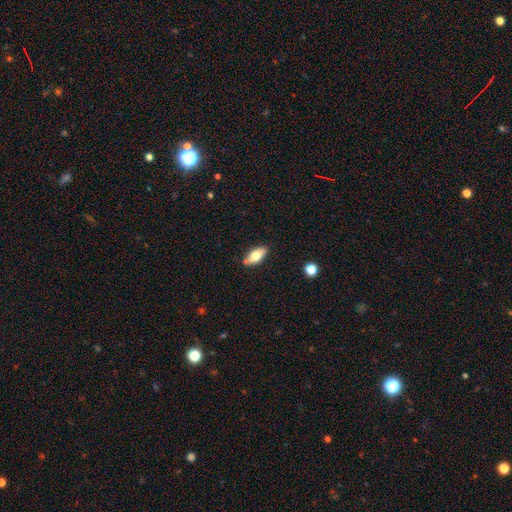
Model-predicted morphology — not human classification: A smooth galaxy with no disk features (68%) that is in between round and cigar-shaped (83%).

Vote fractions:
- Smooth or featured? smooth: 68% / featured or disk: 25% / star or artifact: 7%
- How rounded? in between: 83% / cigar-shaped: 14% / round: 3%
- Merging? none: 83% / minor disturbance: 12% / merger: 3% / major disturbance: 2%